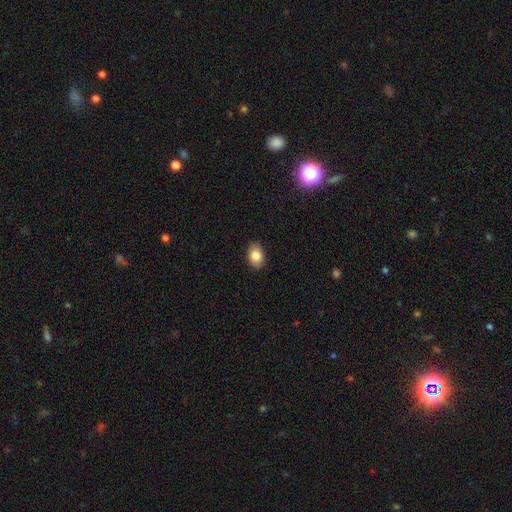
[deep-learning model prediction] Smooth or featured?
  - smooth: 83% *
  - featured or disk: 9%
  - star or artifact: 8%
How rounded?
  - in between: 78% *
  - round: 21%
  - cigar-shaped: 1%
Merging?
  - none: 89% *
  - minor disturbance: 8%
  - major disturbance: 2%
  - merger: 1%